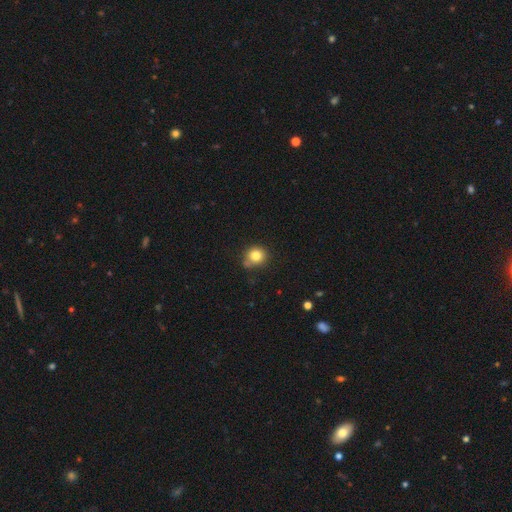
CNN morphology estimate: This is clearly a smooth galaxy (82%). How rounded: clearly round (85%). Merging: likely none (69%).